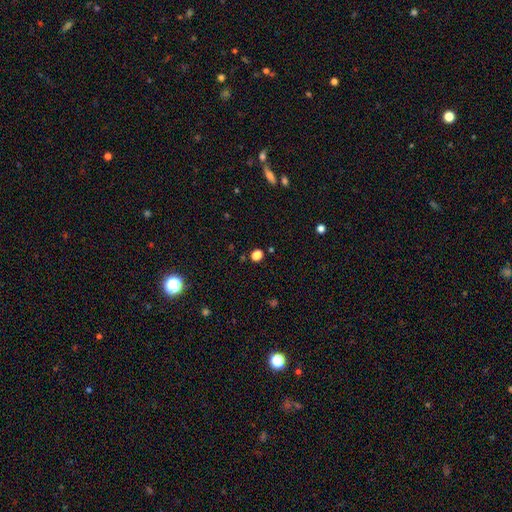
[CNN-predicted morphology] A smooth galaxy with no disk features (71%) that is round (62%).

Vote fractions:
- Smooth or featured? smooth: 71% / star or artifact: 25% / featured or disk: 4%
- How rounded? round: 62% / in between: 36% / cigar-shaped: 1%
- Merging? none: 86% / minor disturbance: 8% / major disturbance: 3% / merger: 2%